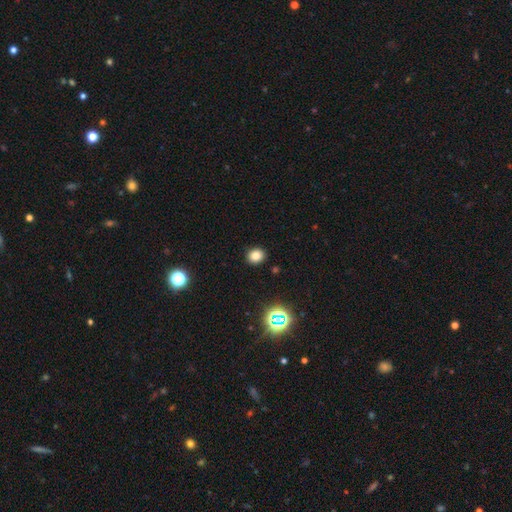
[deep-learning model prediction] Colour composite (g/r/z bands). It shows a smooth galaxy with no disk features (79%) that is round (72%). Merging: none (91%).